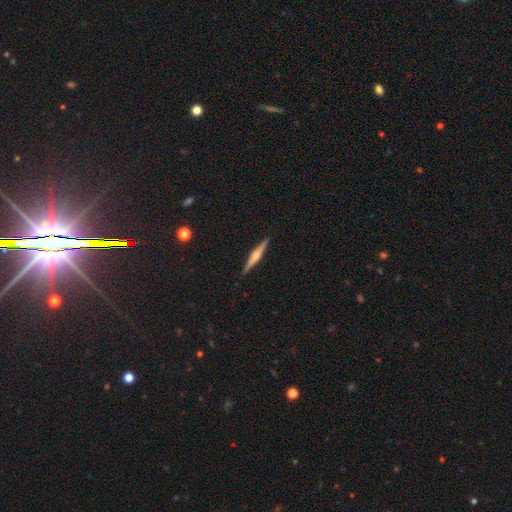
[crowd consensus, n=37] smooth-or-featured: featured or disk: 86% | smooth: 11% | star or artifact: 3%
  disk-edge-on: yes: 100% | no: 0%
    edge-on-bulge: rounded: 88% | boxy: 6% | none: 6%
  merging: none: 94% | minor disturbance: 6% | major disturbance: 0% | merger: 0%